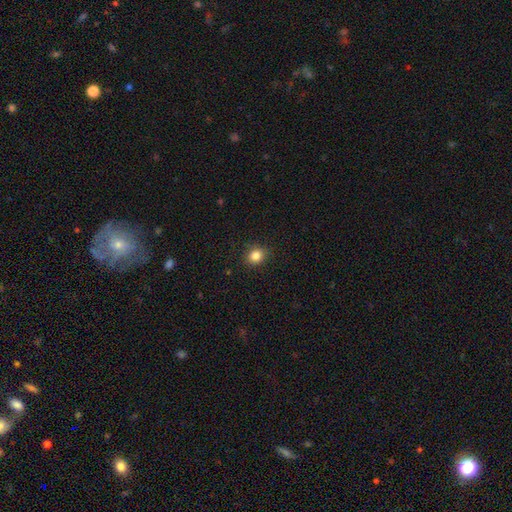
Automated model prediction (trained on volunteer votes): Smooth or featured?
  - smooth: 84% *
  - star or artifact: 11%
  - featured or disk: 5%
How rounded?
  - round: 75% *
  - in between: 24%
  - cigar-shaped: 1%
Merging?
  - none: 88% *
  - minor disturbance: 8%
  - major disturbance: 2%
  - merger: 1%